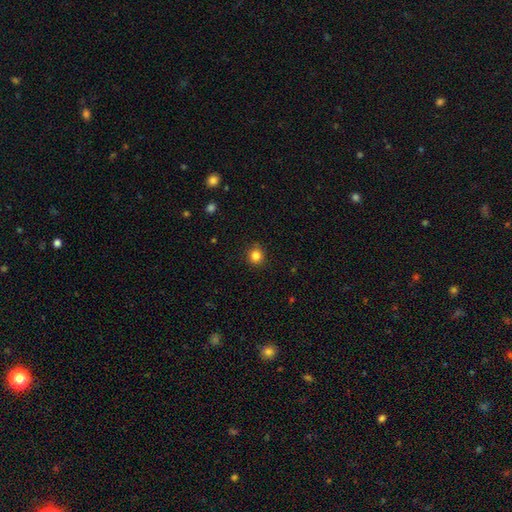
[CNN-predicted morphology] A smooth galaxy with no disk features (84%) that is round (91%). Merging: none (89%).